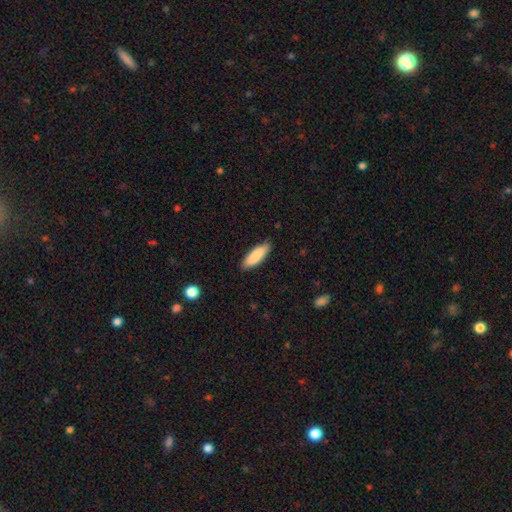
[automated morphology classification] Q: Smooth or featured?
A: smooth (87%); runner-up: featured or disk (8%)
Q: How rounded?
A: in between (50%); runner-up: cigar-shaped (49%)
Q: Merging?
A: none (86%); runner-up: minor disturbance (11%)